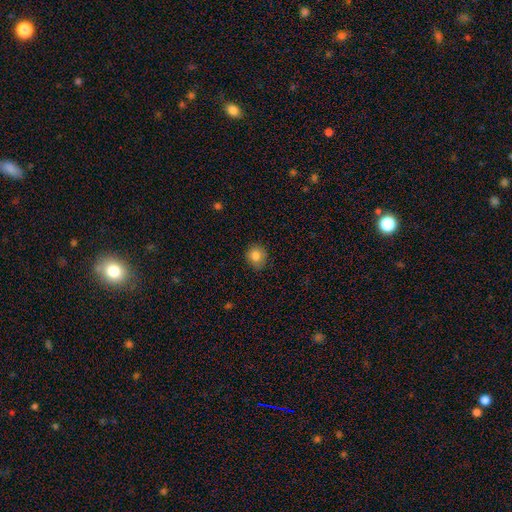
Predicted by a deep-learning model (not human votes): Overall: smooth (83%). How rounded: round (80%). Merging: none (83%).